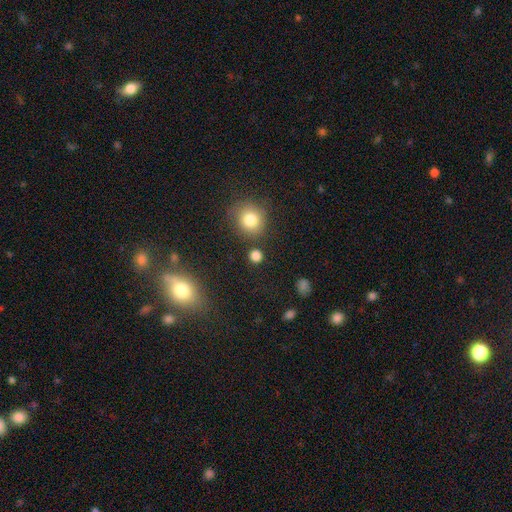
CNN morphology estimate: The model was most divided on "smooth or featured": smooth: 81%, star or artifact: 15%, featured or disk: 5%. More confident: how rounded — round (88%); merging — none (81%).